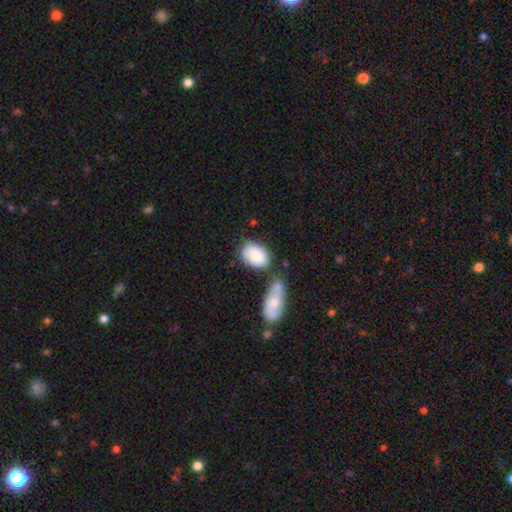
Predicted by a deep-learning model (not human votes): Smooth or featured?
  - smooth: 81% *
  - featured or disk: 13%
  - star or artifact: 6%
How rounded?
  - in between: 83% *
  - round: 15%
  - cigar-shaped: 2%
Merging?
  - none: 49% *
  - merger: 26%
  - minor disturbance: 19%
  - major disturbance: 6%